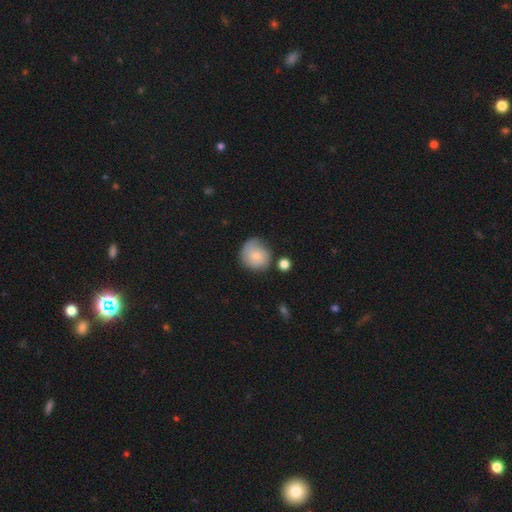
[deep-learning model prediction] Q: Smooth or featured?
A: smooth (67%); runner-up: featured or disk (25%)
Q: How rounded?
A: round (86%); runner-up: in between (13%)
Q: Merging?
A: none (60%); runner-up: minor disturbance (26%)